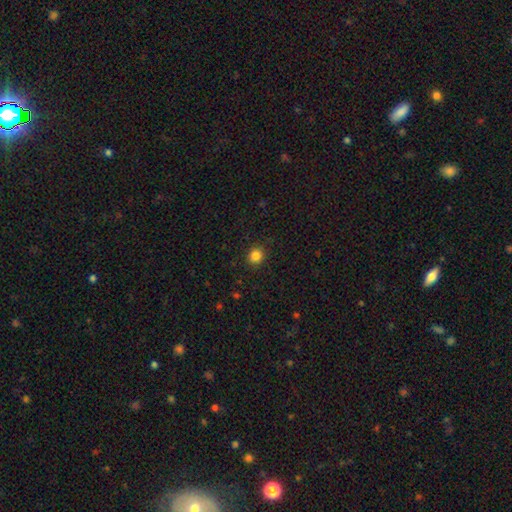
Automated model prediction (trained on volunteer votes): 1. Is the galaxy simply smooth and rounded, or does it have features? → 84% smooth, 12% star or artifact, 4% featured or disk.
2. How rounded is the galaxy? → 88% round, 11% in between, 1% cigar-shaped.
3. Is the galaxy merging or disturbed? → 91% none, 6% minor disturbance, 2% major disturbance, 1% merger.